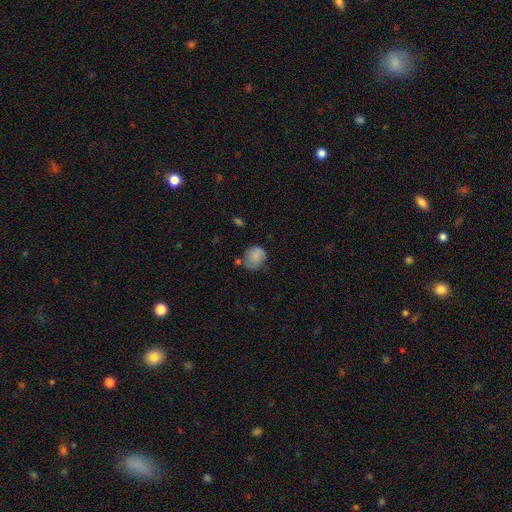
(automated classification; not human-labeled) This appears to be a smooth galaxy with no disk features (79%) that is round (60%). Merging: none (51%).